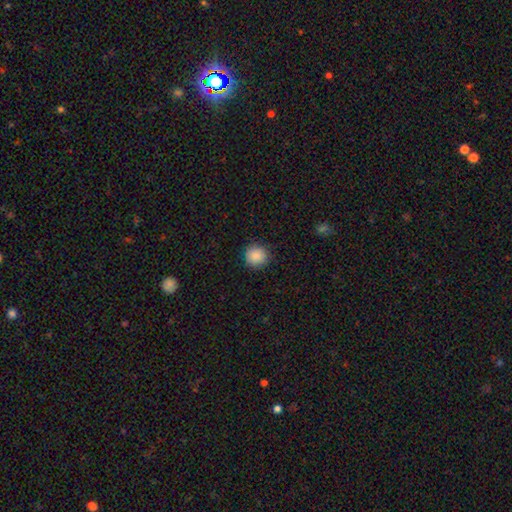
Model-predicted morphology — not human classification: Smooth or featured: smooth — 88% (star or artifact — 9%)
How rounded: round — 93% (in between — 6%)
Merging: none — 89% (minor disturbance — 8%)